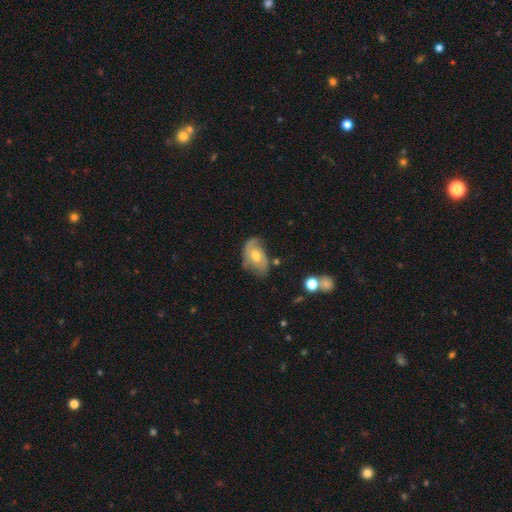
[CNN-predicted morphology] featured or disk 67%, smooth 27%, star or artifact 7%. Down the decision tree: edge-on disk — no (95%); bar — no (62%); spiral arms — yes (86%); spiral arm count — 2 (65%); spiral winding — medium (43%); bulge size — moderate (66%); merging — none (59%).